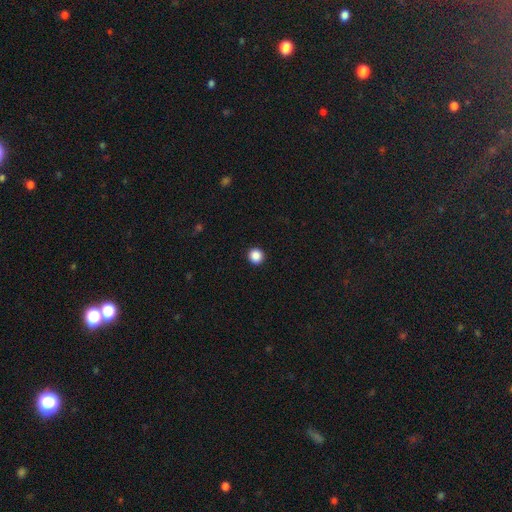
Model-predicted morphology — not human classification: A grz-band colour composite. It shows a smooth galaxy with no disk features (88%) that is round (94%). Merging: none (94%).